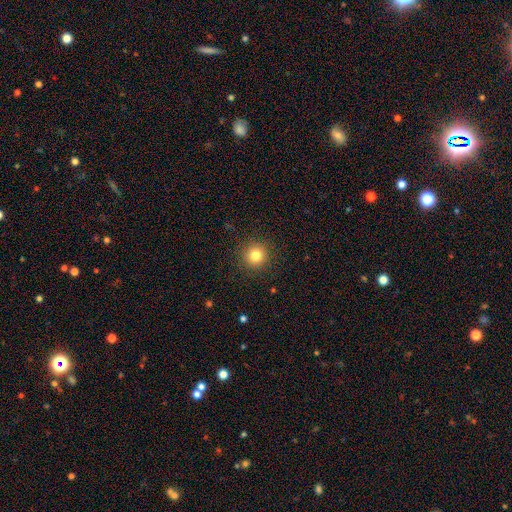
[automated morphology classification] A smooth galaxy with no disk features (81%) that is round (94%).

Vote fractions:
- Smooth or featured? smooth: 81% / star or artifact: 12% / featured or disk: 6%
- How rounded? round: 94% / in between: 5% / cigar-shaped: 1%
- Merging? none: 91% / minor disturbance: 6% / major disturbance: 2% / merger: 1%